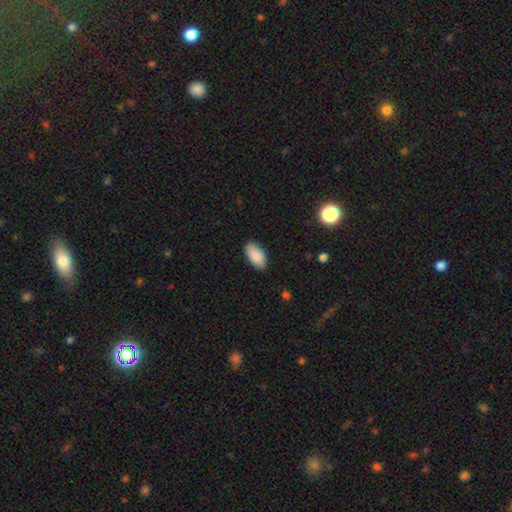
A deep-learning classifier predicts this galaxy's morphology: Q: Smooth or featured?
A: smooth (89%); runner-up: star or artifact (6%)
Q: How rounded?
A: in between (94%); runner-up: cigar-shaped (4%)
Q: Merging?
A: none (85%); runner-up: minor disturbance (12%)